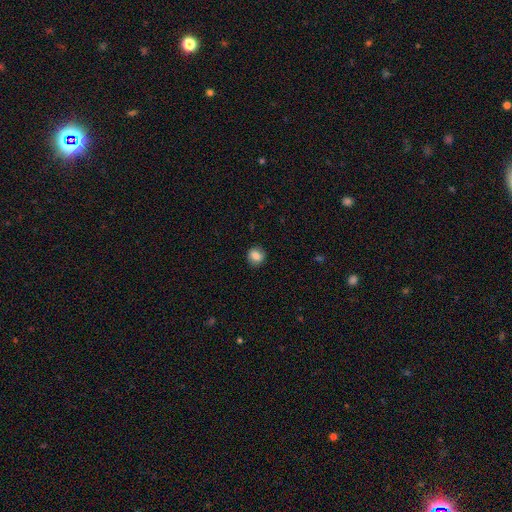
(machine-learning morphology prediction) This appears to be a smooth galaxy with no disk features (81%) that is round (78%). Merging: none (87%).